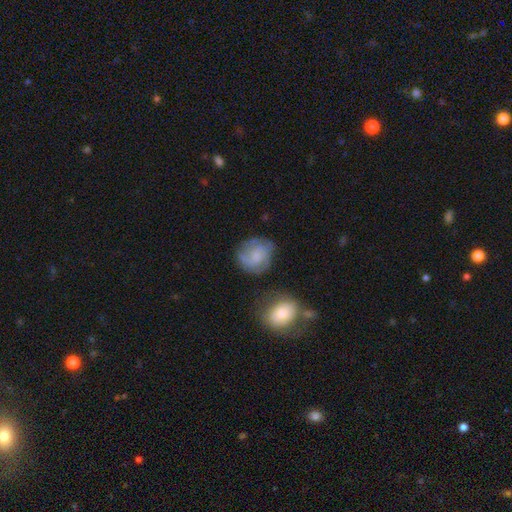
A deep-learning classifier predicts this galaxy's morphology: The model was most divided on "smooth or featured": featured or disk: 53%, smooth: 39%, star or artifact: 8%. Remaining: edge-on disk — no (98%); spiral arms — yes (83%); bar — no (72%); merging — none (65%); bulge size — small (45%).